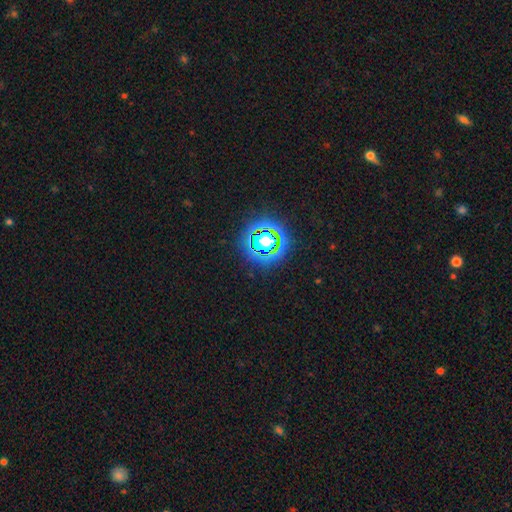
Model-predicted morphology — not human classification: Q: Smooth or featured?
A: star or artifact (80%); runner-up: smooth (14%)